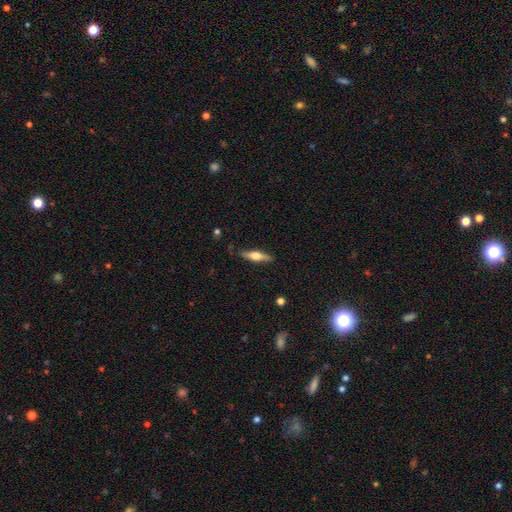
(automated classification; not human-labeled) This is possibly a featured or disk galaxy (54%). It is clearly viewed edge-on (95%). Edge-on bulge: clearly rounded (90%). Merging: clearly none (84%).